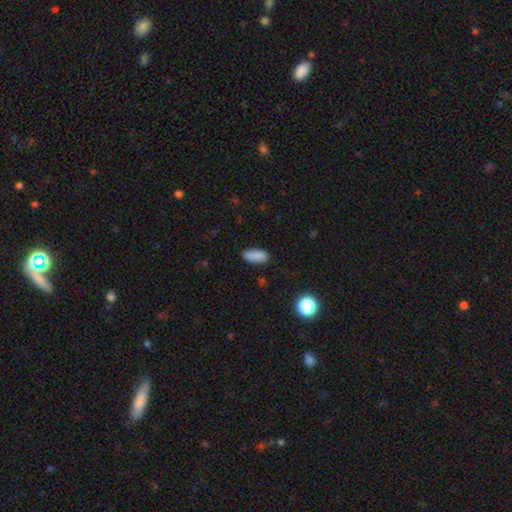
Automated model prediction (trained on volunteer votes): Morphology: type=smooth (85%); roundness=in between (84%); merging=none (83%).